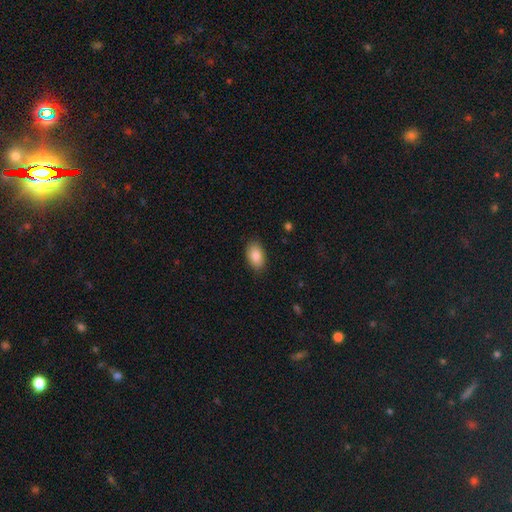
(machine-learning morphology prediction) smooth-or-featured: smooth: 86% | star or artifact: 7% | featured or disk: 7%
  how-rounded: in between: 92% | round: 6% | cigar-shaped: 2%
  merging: none: 86% | minor disturbance: 11% | major disturbance: 2% | merger: 1%